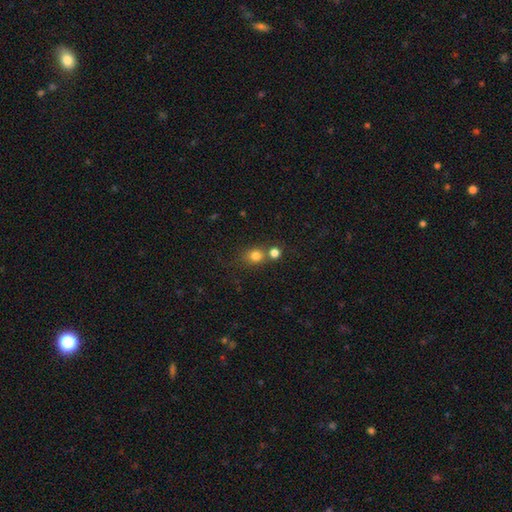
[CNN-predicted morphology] The model was most divided on "merging": none: 57%, merger: 31%, minor disturbance: 9%, major disturbance: 4%. More confident: smooth or featured — smooth (78%); how rounded — round (76%).